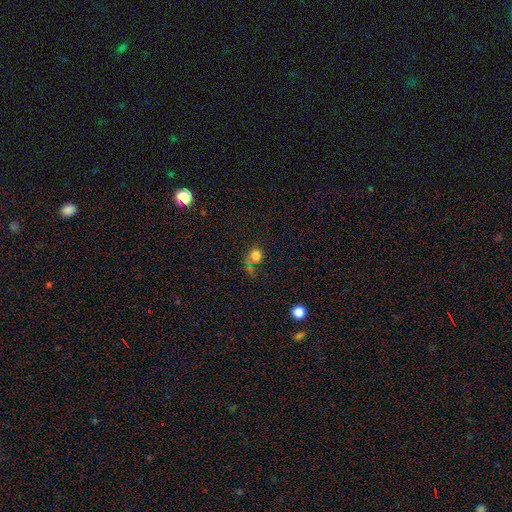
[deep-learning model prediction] smooth 74%, star or artifact 20%, featured or disk 7%. Down the decision tree: how rounded — round (83%); merging — none (62%).